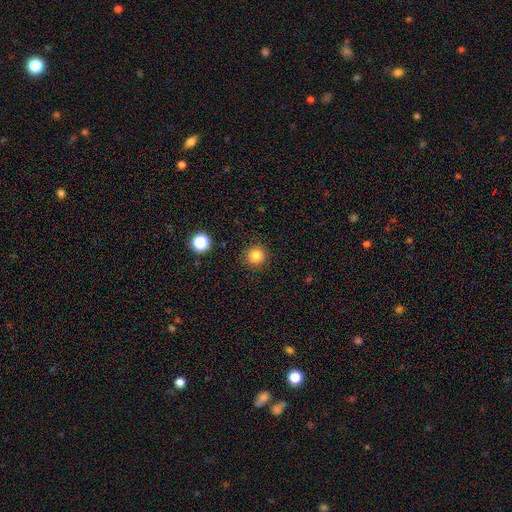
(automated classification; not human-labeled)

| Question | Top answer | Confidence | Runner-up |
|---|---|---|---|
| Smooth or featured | smooth | 82% | star or artifact (12%) |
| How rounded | round | 94% | in between (5%) |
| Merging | none | 91% | minor disturbance (6%) |